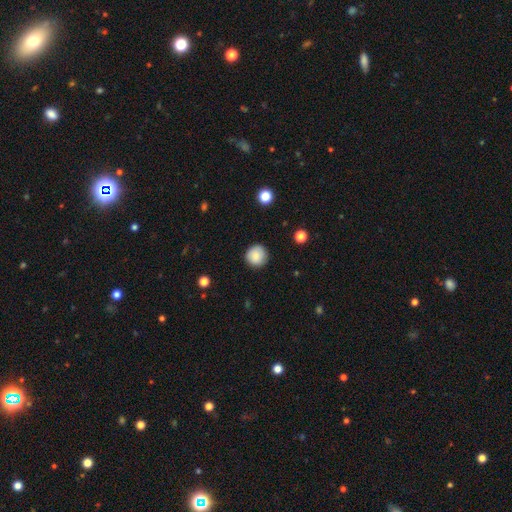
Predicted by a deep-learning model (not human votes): smooth_or_featured: smooth (p=0.86) [alt: star or artifact p=0.08]
how_rounded: round (p=0.94) [alt: in between p=0.05]
merging: none (p=0.88) [alt: minor disturbance p=0.09]